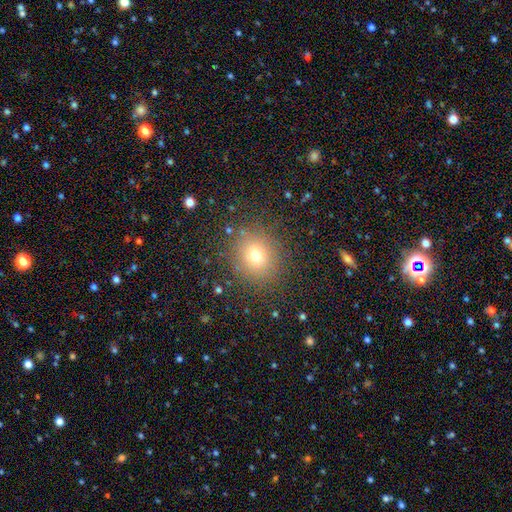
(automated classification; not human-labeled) Smooth or featured? smooth (72%)
How rounded? round (84%)
Merging? none (86%)